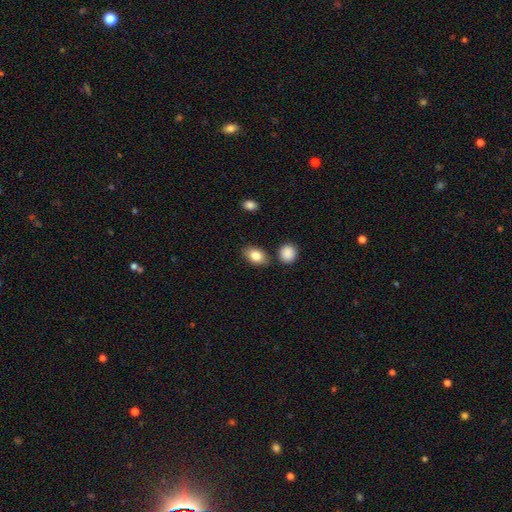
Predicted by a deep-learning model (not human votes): A smooth galaxy with no disk features (83%) that is in between round and cigar-shaped (84%). Merging: none (79%).